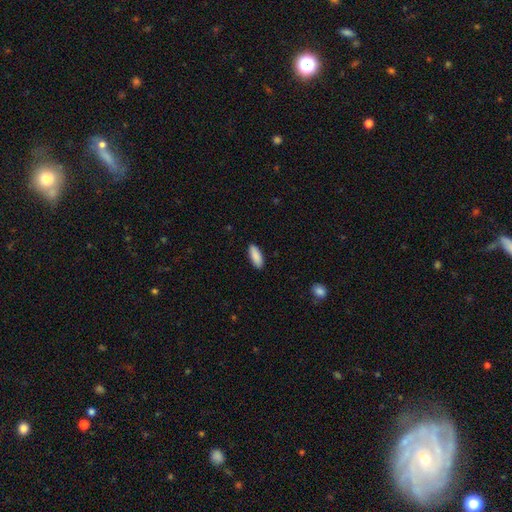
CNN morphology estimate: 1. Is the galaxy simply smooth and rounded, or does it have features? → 90% smooth, 6% star or artifact, 4% featured or disk.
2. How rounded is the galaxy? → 71% in between, 28% cigar-shaped, 2% round.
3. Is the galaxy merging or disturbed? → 89% none, 8% minor disturbance, 2% major disturbance, 1% merger.